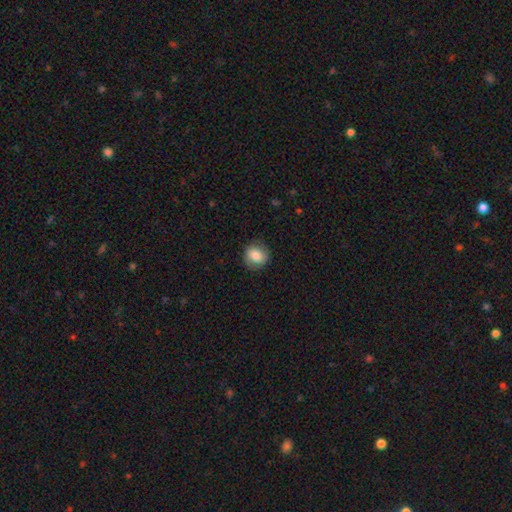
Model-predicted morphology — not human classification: Q: Smooth or featured?
A: smooth (77%); runner-up: featured or disk (15%)
Q: How rounded?
A: round (81%); runner-up: in between (18%)
Q: Merging?
A: none (83%); runner-up: minor disturbance (12%)